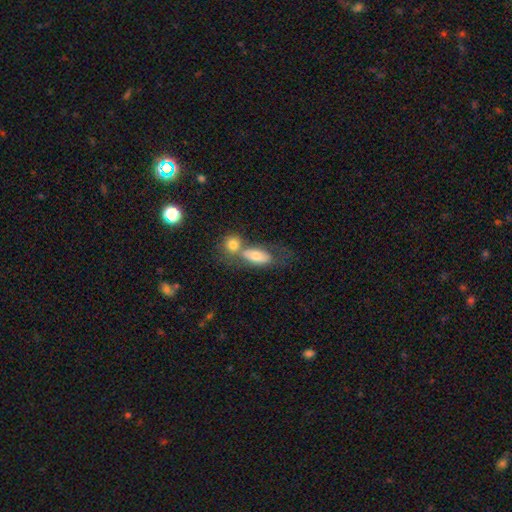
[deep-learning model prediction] smooth_or_featured: smooth (p=0.61) [alt: featured or disk p=0.27]
how_rounded: in between (p=0.75) [alt: round p=0.13]
merging: merger (p=0.55) [alt: none p=0.26]